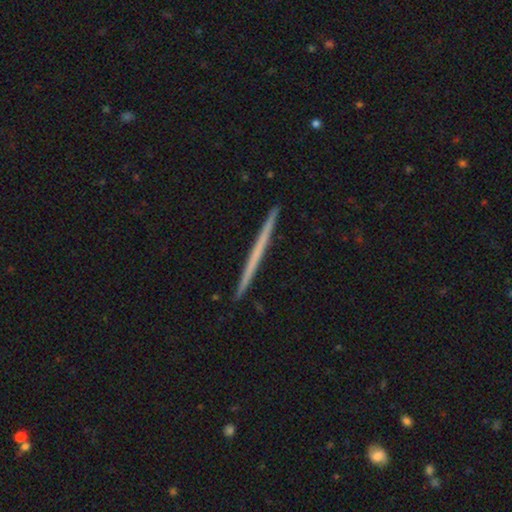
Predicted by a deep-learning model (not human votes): The model was most divided on "smooth or featured": featured or disk: 55%, smooth: 40%, star or artifact: 5%. More confident: edge-on disk — yes (98%); edge-on bulge — none (94%); merging — none (93%).